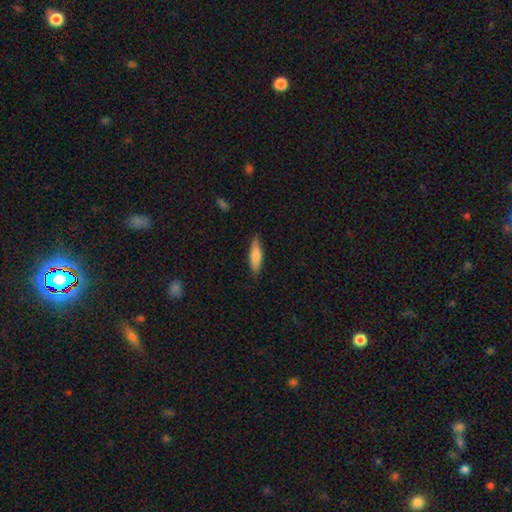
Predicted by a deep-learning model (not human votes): Smooth or featured?
  - smooth: 77% *
  - featured or disk: 18%
  - star or artifact: 6%
How rounded?
  - cigar-shaped: 63% *
  - in between: 35%
  - round: 2%
Merging?
  - none: 85% *
  - minor disturbance: 12%
  - major disturbance: 2%
  - merger: 1%